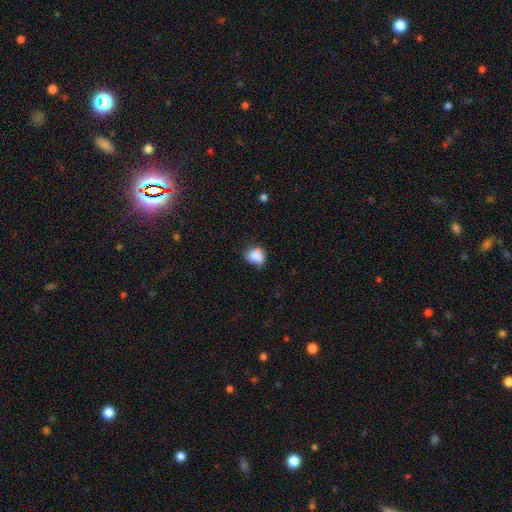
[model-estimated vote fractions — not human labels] A smooth galaxy with no disk features (75%) that is round (52%). Merging: none (37%).